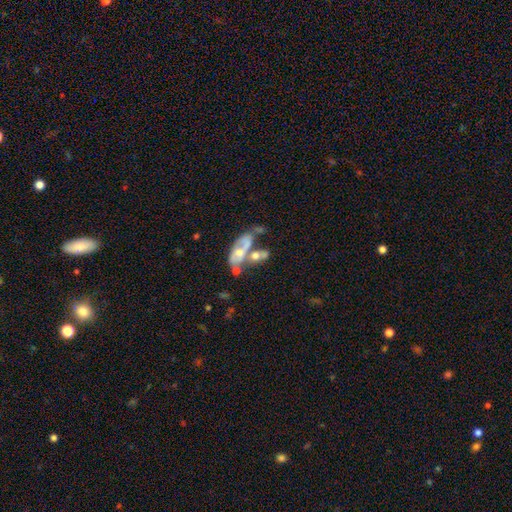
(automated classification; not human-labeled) smooth_or_featured: featured or disk (p=0.50) [alt: smooth p=0.41]
merging: merger (p=0.57) [alt: none p=0.17]